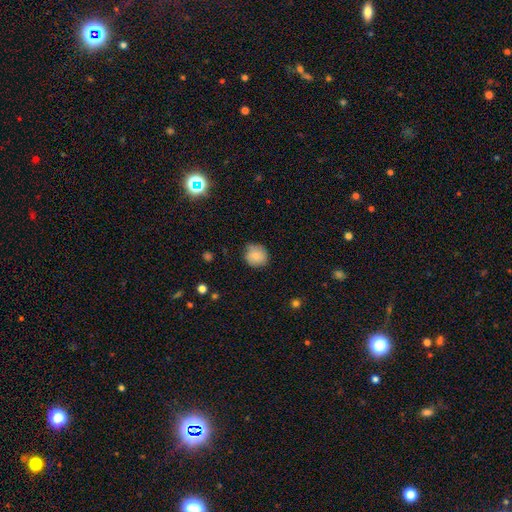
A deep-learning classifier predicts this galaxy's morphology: The model was most divided on "merging": none: 73%, minor disturbance: 21%, major disturbance: 4%, merger: 2%. More confident: how rounded — round (87%); smooth or featured — smooth (81%).